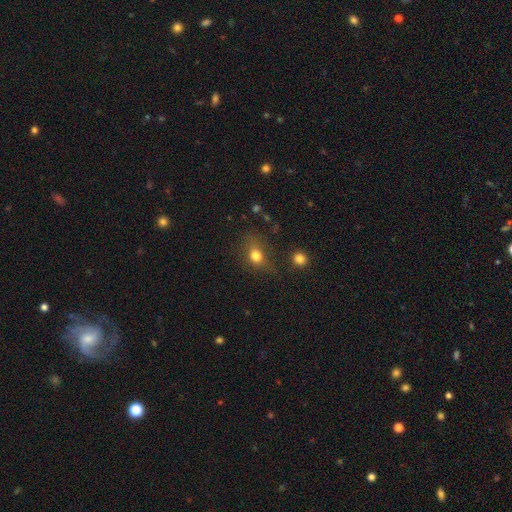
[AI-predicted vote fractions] Morphology: type=smooth (74%); roundness=in between (49%); merging=none (59%).